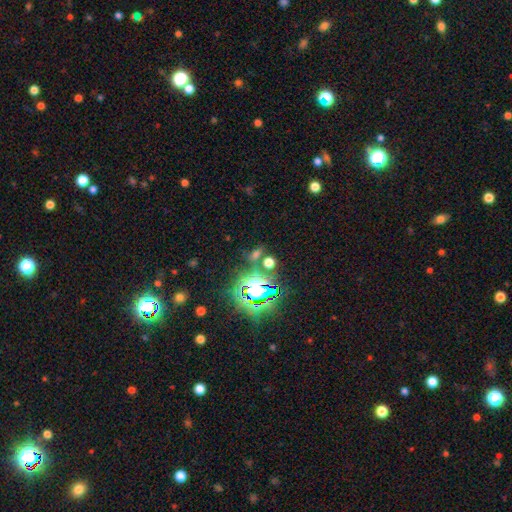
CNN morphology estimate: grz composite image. It shows a star or artifact, not a galaxy (55%).